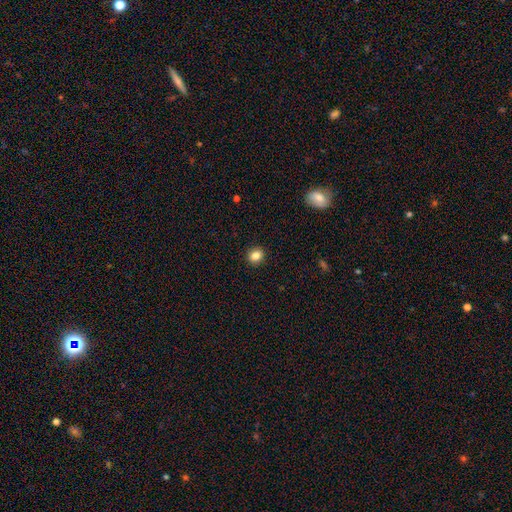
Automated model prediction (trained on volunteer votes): Smooth or featured? Predicted: smooth (p=0.84). How rounded? Predicted: round (p=0.65). Merging? Predicted: none (p=0.91).